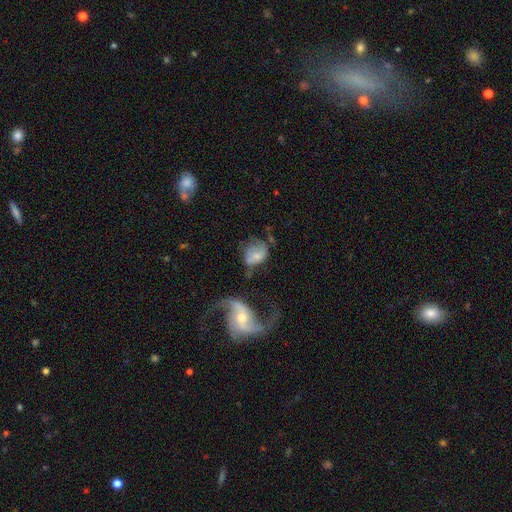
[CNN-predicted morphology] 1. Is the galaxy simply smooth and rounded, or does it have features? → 50% featured or disk, 40% smooth, 10% star or artifact.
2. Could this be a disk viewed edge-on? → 96% no, 4% yes.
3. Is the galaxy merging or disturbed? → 31% none (tied), 31% major disturbance (tied), 21% minor disturbance, 17% merger.